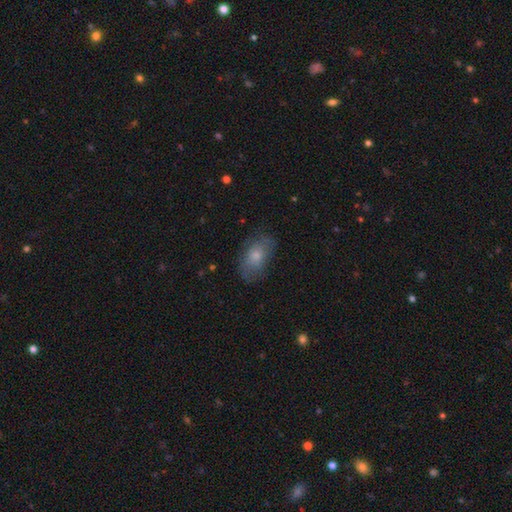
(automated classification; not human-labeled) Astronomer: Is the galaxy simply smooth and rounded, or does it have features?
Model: smooth — 69%.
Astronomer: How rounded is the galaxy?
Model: in between — 89%.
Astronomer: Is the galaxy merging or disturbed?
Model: none — 69%.